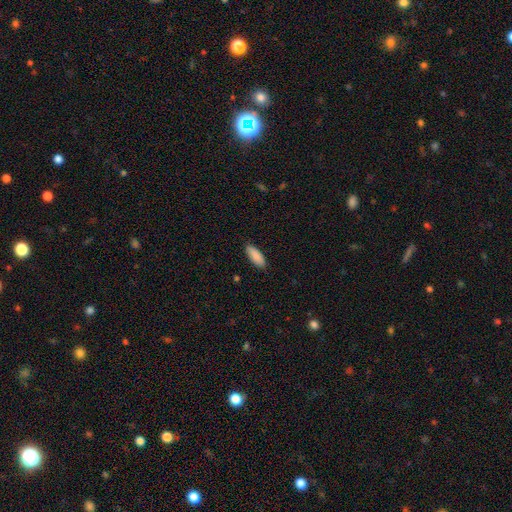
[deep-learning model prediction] Smooth or featured? smooth (89%)
How rounded? in between (72%)
Merging? none (88%)